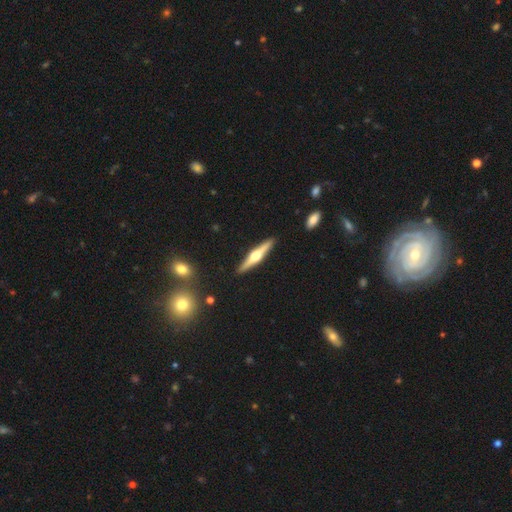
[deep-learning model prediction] Overall: featured or disk (73%). Edge-on disk: yes (98%). Edge-on bulge: rounded (95%). Merging: none (91%).